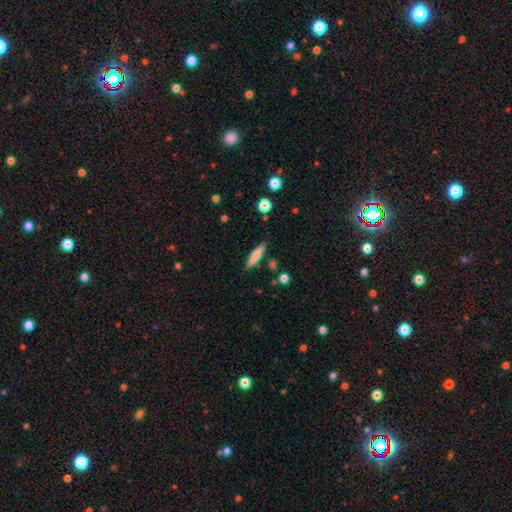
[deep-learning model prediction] smooth 74%, featured or disk 19%, star or artifact 7%. Down the decision tree: how rounded — cigar-shaped (84%); merging — none (85%).